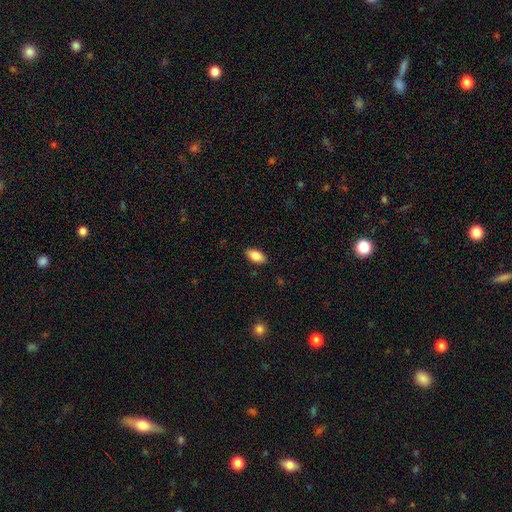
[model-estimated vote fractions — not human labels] smooth 84%, featured or disk 9%, star or artifact 7%. Down the decision tree: how rounded — in between (90%); merging — none (88%).